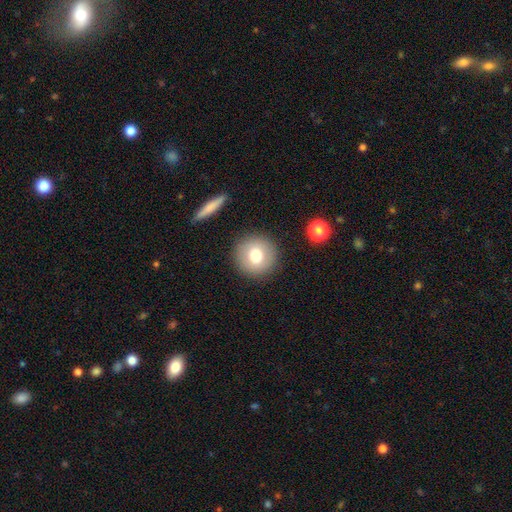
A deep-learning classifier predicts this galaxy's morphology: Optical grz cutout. It shows a smooth galaxy with no disk features (74%) that is round (94%). Merging: none (89%).